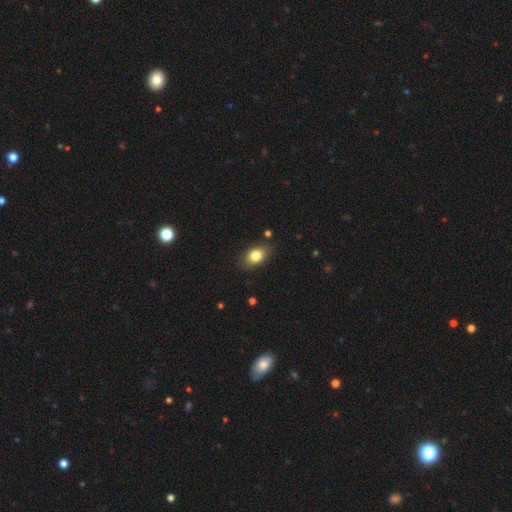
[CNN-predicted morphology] This appears to be a smooth galaxy with no disk features (82%) that is in between round and cigar-shaped (82%). Merging: none (83%).